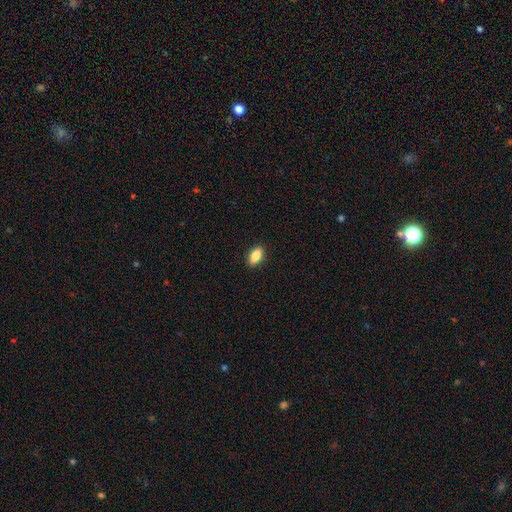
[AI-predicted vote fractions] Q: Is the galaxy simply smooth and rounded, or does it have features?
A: smooth — 86%.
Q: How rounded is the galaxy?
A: in between — 89%.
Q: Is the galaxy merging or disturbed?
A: none — 89%.